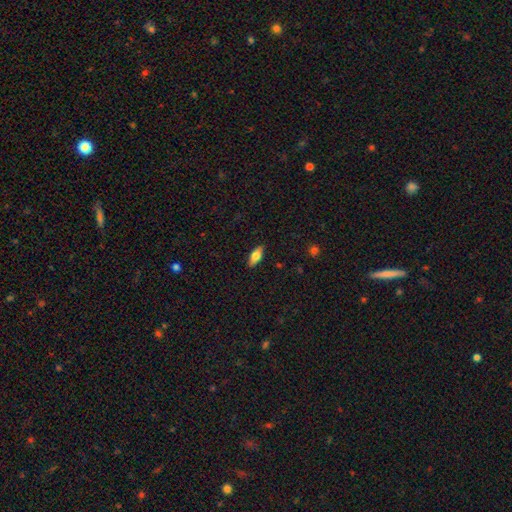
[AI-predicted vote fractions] Morphology: type=smooth (68%); roundness=in between (79%); merging=none (89%).